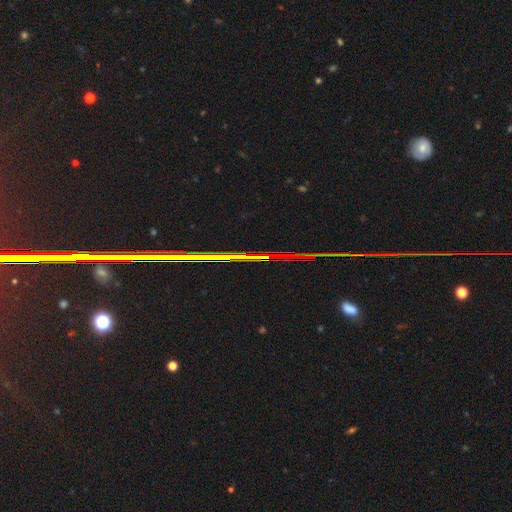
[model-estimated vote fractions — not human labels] star or artifact 83%, featured or disk 9%, smooth 8%.